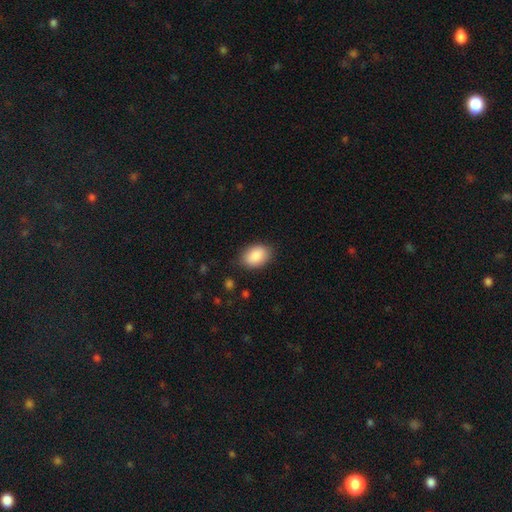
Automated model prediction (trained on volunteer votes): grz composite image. It shows a smooth galaxy with no disk features (88%) that is in between round and cigar-shaped (85%). Merging: none (83%).